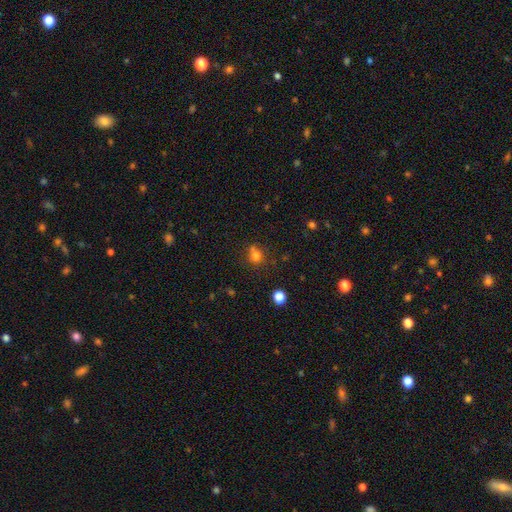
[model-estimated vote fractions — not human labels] A smooth galaxy with no disk features (74%) that is round (80%).

Vote fractions:
- Smooth or featured? smooth: 74% / star or artifact: 17% / featured or disk: 9%
- How rounded? round: 80% / in between: 19% / cigar-shaped: 1%
- Merging? none: 60% / merger: 23% / minor disturbance: 13% / major disturbance: 5%